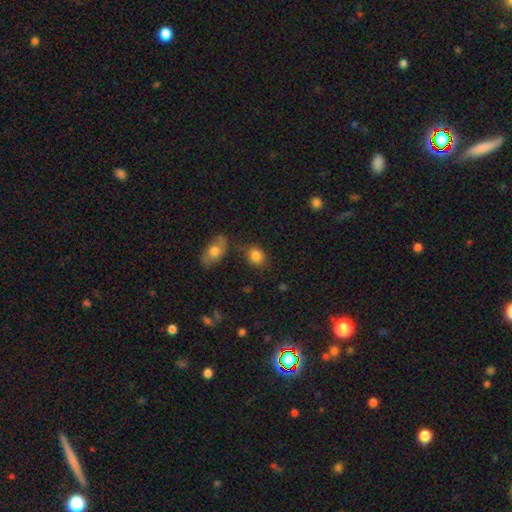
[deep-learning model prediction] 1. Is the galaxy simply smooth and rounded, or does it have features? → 83% smooth, 9% star or artifact, 7% featured or disk.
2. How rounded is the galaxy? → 59% round, 40% in between, 1% cigar-shaped.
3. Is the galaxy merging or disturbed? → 71% none, 15% minor disturbance, 9% merger, 4% major disturbance.